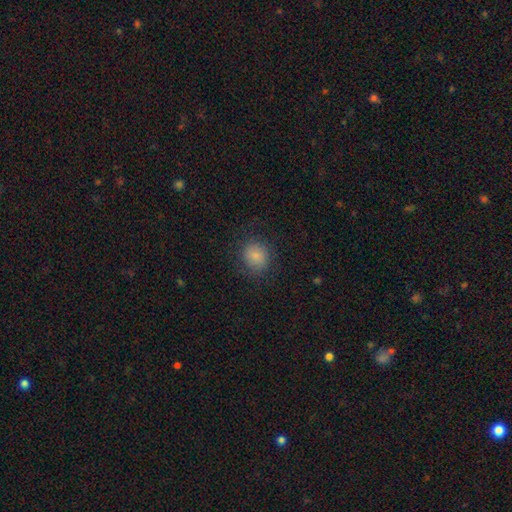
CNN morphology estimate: type=smooth (82%); roundness=round (79%); merging=none (81%).